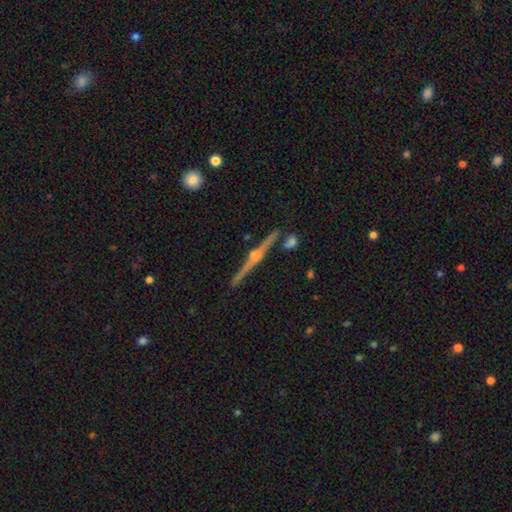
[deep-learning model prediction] Overall: featured or disk (87%). Edge-on disk: yes (98%). Edge-on bulge: rounded (88%). Merging: none (88%).